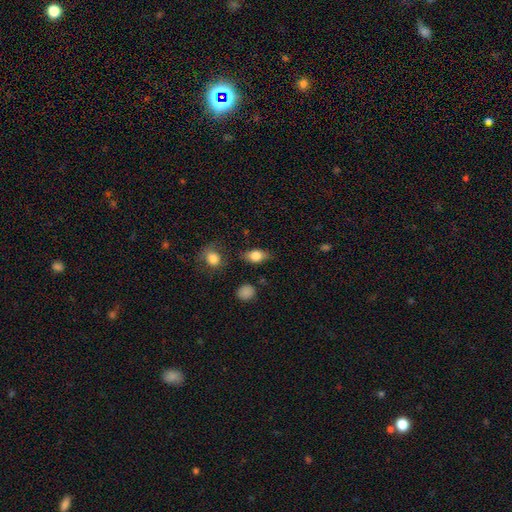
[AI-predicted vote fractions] A smooth galaxy with no disk features (78%) that is in between round and cigar-shaped (80%). Merging: none (77%).